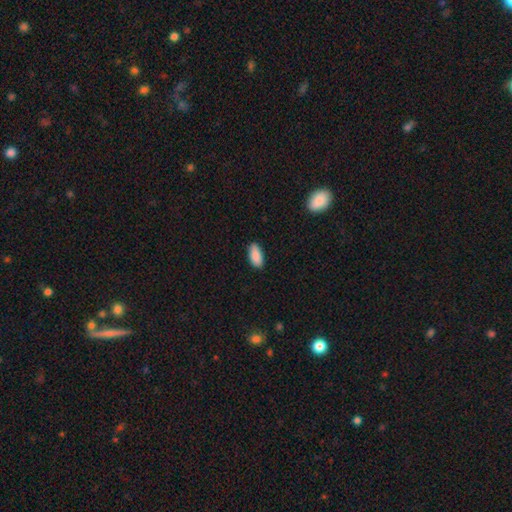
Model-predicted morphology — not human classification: smooth 88%, star or artifact 7%, featured or disk 5%. Down the decision tree: how rounded — in between (91%); merging — none (83%).